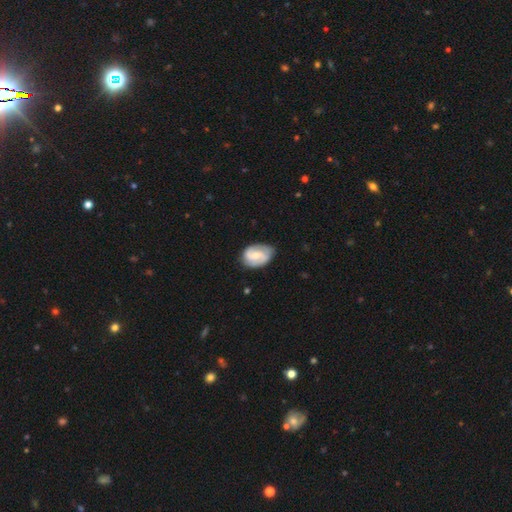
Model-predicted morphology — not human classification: type=featured or disk (69%); edge-on=no (98%); bar=weak (51%); spiral arms=yes (91%); winding=medium (45%); arm count=2 (84%); bulge=small (47%); merging=none (75%).